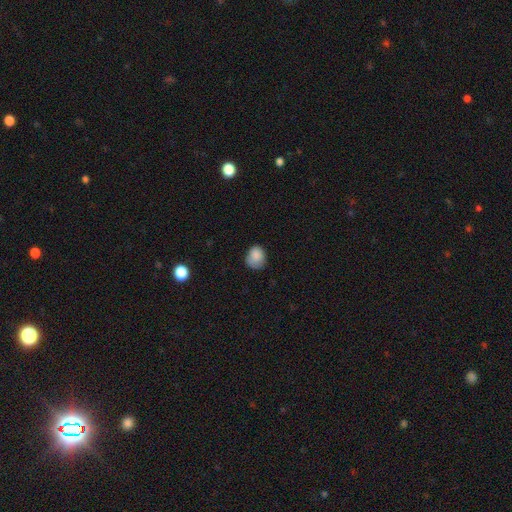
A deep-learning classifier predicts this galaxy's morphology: This is clearly a smooth galaxy (84%). How rounded: possibly round (55%). Merging: possibly none (58%).